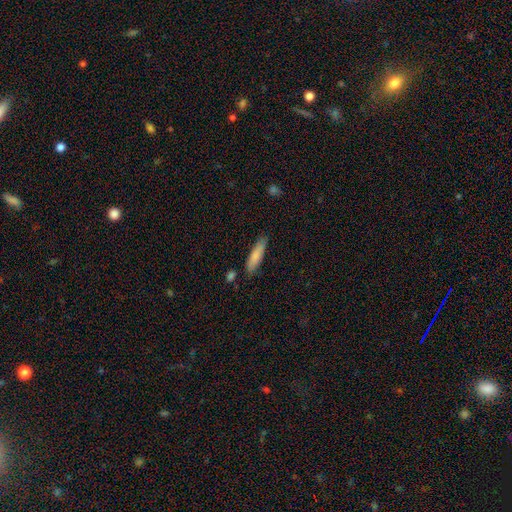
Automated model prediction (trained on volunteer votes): smooth 80%, featured or disk 14%, star or artifact 6%. Down the decision tree: how rounded — cigar-shaped (71%); merging — none (77%).